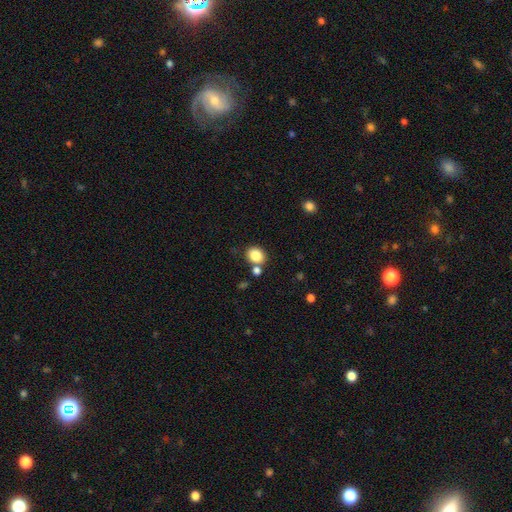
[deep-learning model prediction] A smooth galaxy with no disk features (86%) that is round (60%). Merging: none (69%).